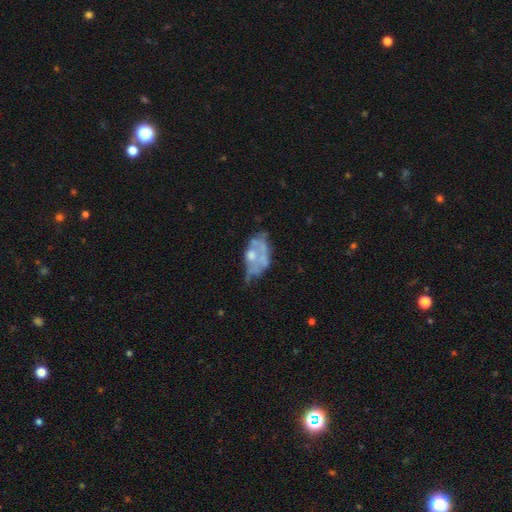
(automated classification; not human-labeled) Smooth or featured? Predicted: featured or disk (p=0.60). Edge-on disk? Predicted: no (p=0.96). Bar? Predicted: no (p=0.90). Spiral arms? Predicted: no (p=0.85). Bulge size? Predicted: moderate (p=0.39). Merging? Predicted: none (p=0.31).